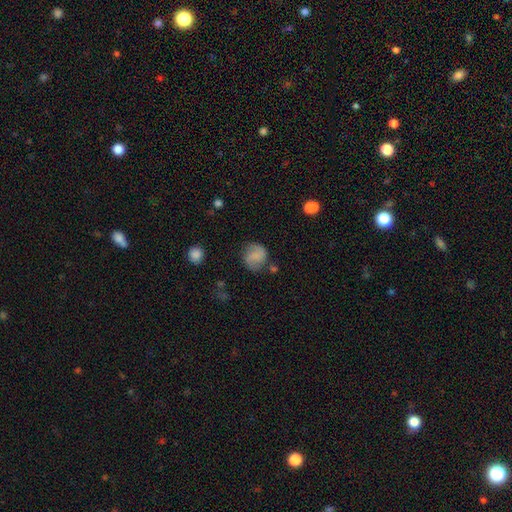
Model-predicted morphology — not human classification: Smooth or featured: smooth — 55% (featured or disk — 36%)
How rounded: round — 77% (in between — 22%)
Merging: none — 71% (minor disturbance — 19%)